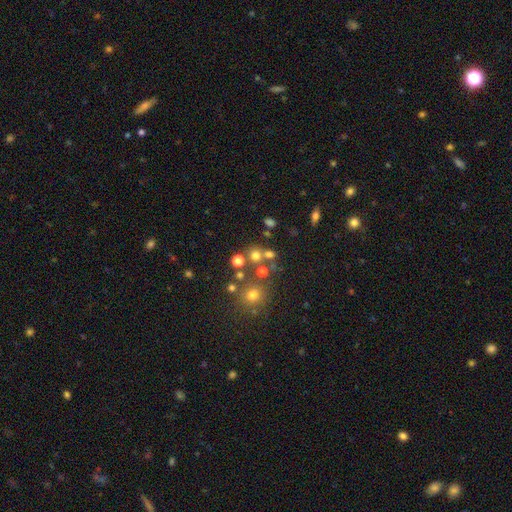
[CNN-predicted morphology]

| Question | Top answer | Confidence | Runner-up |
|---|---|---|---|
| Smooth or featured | smooth | 66% | star or artifact (21%) |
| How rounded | round | 86% | in between (13%) |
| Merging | none | 62% | merger (25%) |